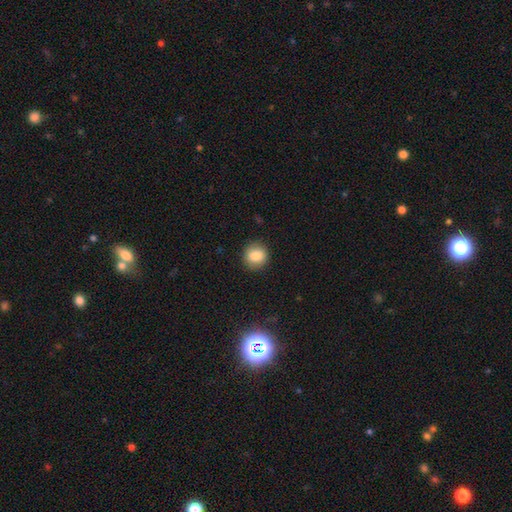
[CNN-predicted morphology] Overall: smooth (84%). How rounded: round (88%). Merging: none (89%).